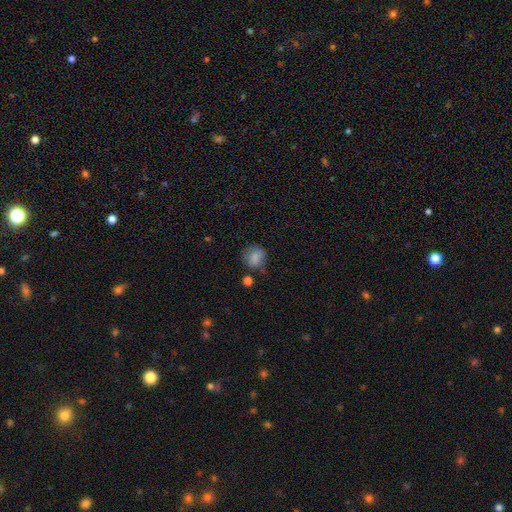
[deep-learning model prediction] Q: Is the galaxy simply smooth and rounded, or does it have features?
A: smooth — 77%.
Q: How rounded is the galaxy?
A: round — 71%.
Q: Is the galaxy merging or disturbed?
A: none — 59%.